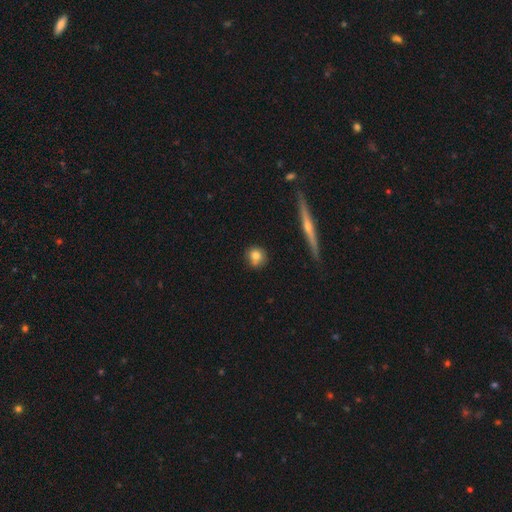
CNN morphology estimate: This is likely a smooth galaxy (77%). How rounded: clearly round (87%). Merging: likely none (76%).